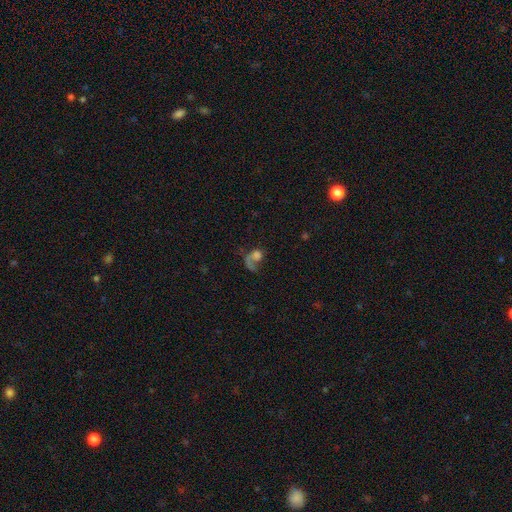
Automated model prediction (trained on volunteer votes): Smooth or featured?
  - smooth: 47% *
  - featured or disk: 37%
  - star or artifact: 16%
Merging?
  - major disturbance: 46% *
  - none: 26%
  - merger: 15%
  - minor disturbance: 13%